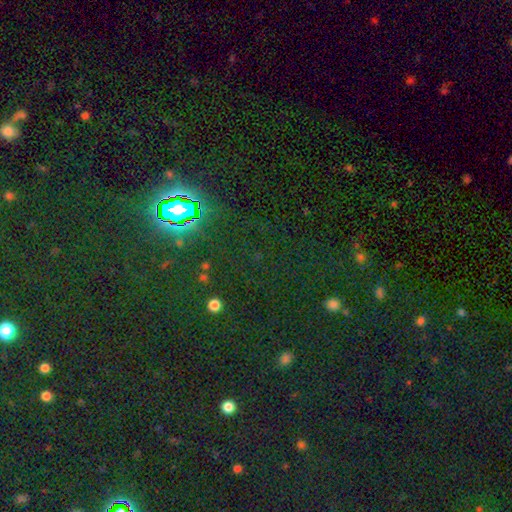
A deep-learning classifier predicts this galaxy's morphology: Smooth or featured? star or artifact (79%)